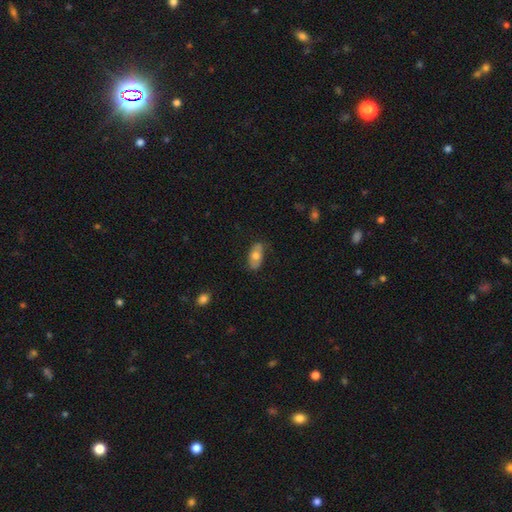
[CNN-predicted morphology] This appears to be a smooth galaxy with no disk features (68%) that is in between round and cigar-shaped (91%). Merging: none (77%).